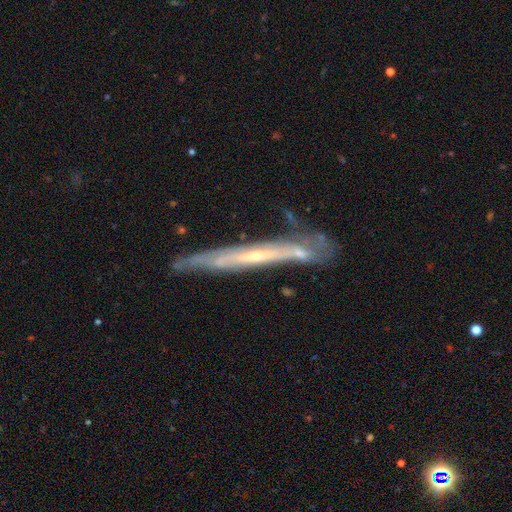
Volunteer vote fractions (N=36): Q: Smooth or featured?
A: featured or disk (81%); runner-up: smooth (17%)
Q: Edge-on disk?
A: yes (90%); runner-up: no (10%)
Q: Edge-on bulge?
A: rounded (50%); runner-up: none (46%)
Q: Merging?
A: minor disturbance (49%); runner-up: none (34%)